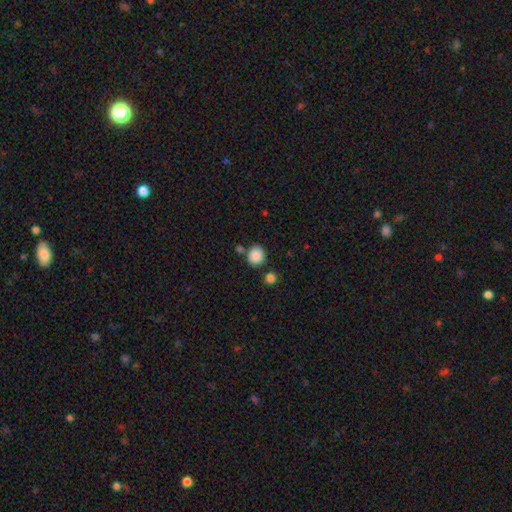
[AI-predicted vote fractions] A smooth galaxy with no disk features (87%) that is round (81%).

Vote fractions:
- Smooth or featured? smooth: 87% / star or artifact: 9% / featured or disk: 4%
- How rounded? round: 81% / in between: 18% / cigar-shaped: 1%
- Merging? none: 75% / minor disturbance: 11% / merger: 10% / major disturbance: 3%